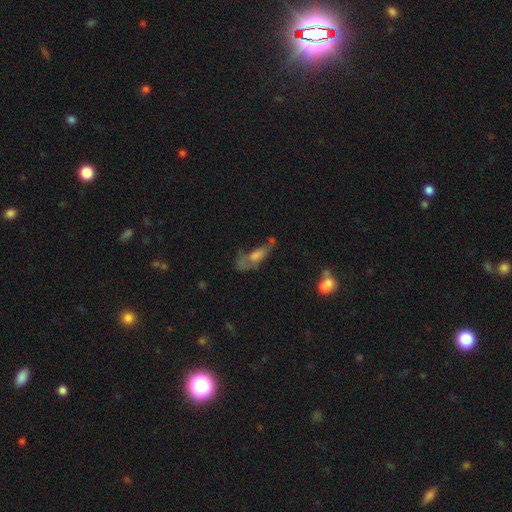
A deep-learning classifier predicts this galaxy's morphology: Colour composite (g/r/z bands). It shows a smooth galaxy with no disk features (44%). Merging: major disturbance (32%).